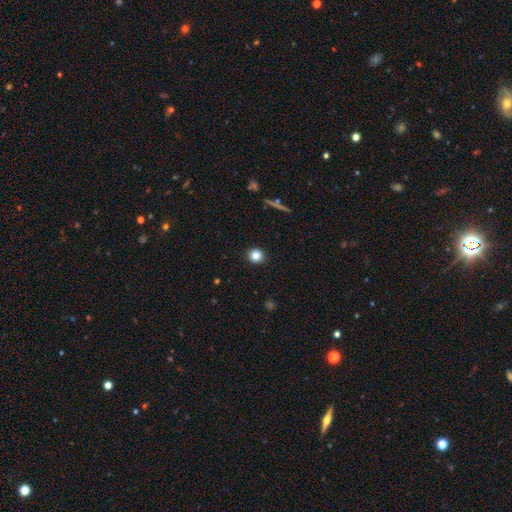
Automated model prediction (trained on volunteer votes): Q: Smooth or featured?
A: smooth (81%); runner-up: star or artifact (12%)
Q: How rounded?
A: round (90%); runner-up: in between (9%)
Q: Merging?
A: none (92%); runner-up: minor disturbance (5%)